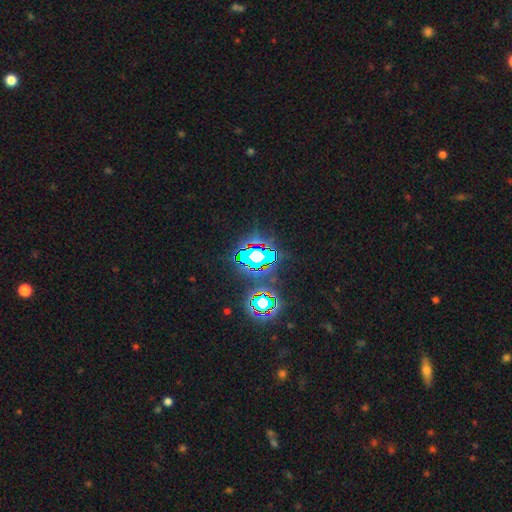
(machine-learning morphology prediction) star or artifact 71%, featured or disk 15%, smooth 15%.